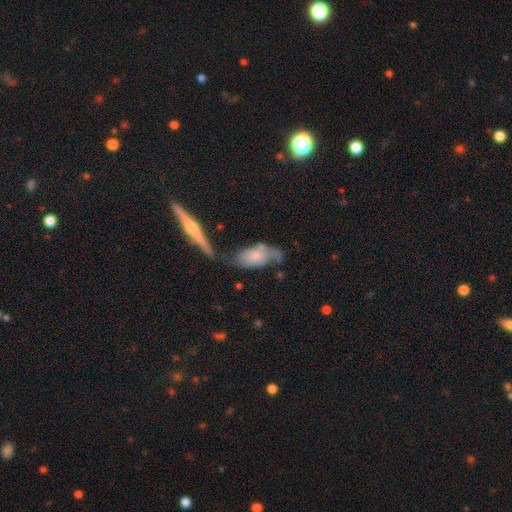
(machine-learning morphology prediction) Q: Smooth or featured?
A: featured or disk (51%); runner-up: smooth (42%)
Q: Edge-on disk?
A: no (80%); runner-up: yes (20%)
Q: Merging?
A: none (41%); runner-up: minor disturbance (26%)